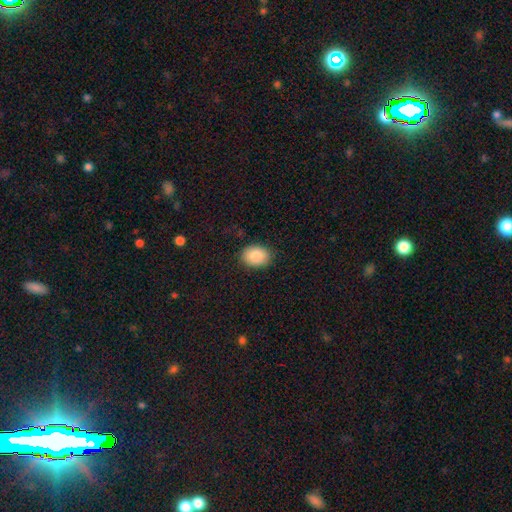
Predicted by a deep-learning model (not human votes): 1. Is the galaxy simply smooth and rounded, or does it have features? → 87% smooth, 7% star or artifact, 5% featured or disk.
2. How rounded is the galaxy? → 69% in between, 30% round, 1% cigar-shaped.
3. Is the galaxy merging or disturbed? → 88% none, 9% minor disturbance, 2% major disturbance, 1% merger.